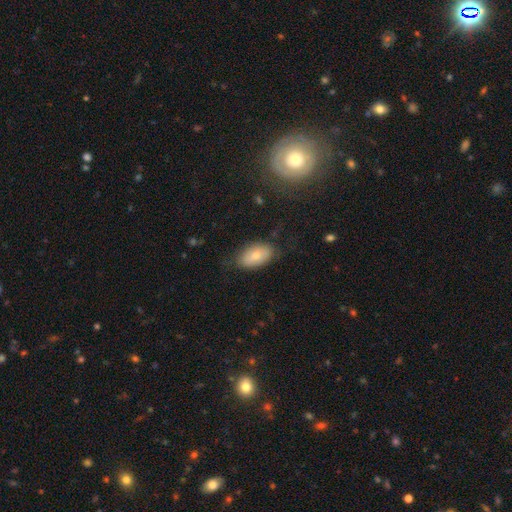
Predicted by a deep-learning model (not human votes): Overall: smooth (72%). How rounded: in between (92%). Merging: none (73%).